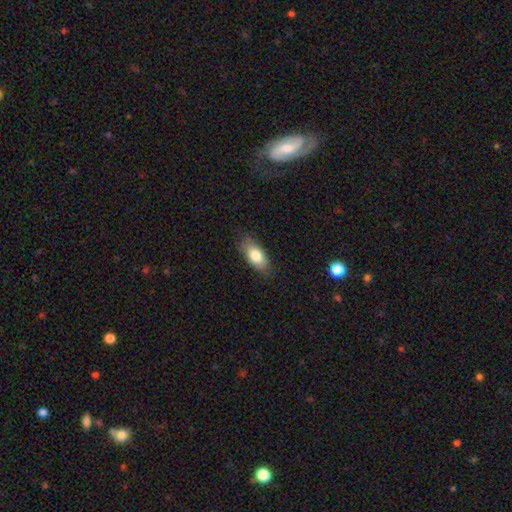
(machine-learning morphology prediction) Smooth or featured? Predicted: smooth (p=0.79). How rounded? Predicted: in between (p=0.87). Merging? Predicted: none (p=0.80).